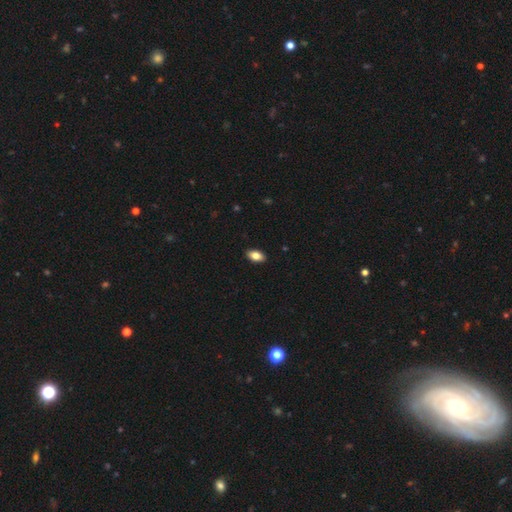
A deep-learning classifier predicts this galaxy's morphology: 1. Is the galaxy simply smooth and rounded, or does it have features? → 83% smooth, 10% featured or disk, 7% star or artifact.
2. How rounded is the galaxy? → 92% in between, 5% round, 3% cigar-shaped.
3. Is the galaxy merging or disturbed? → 91% none, 7% minor disturbance, 1% major disturbance, 1% merger.